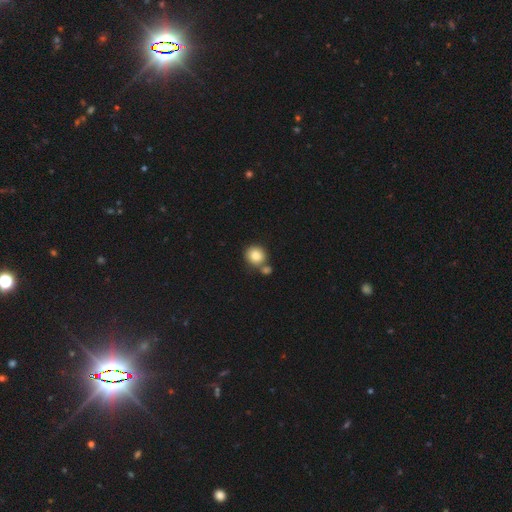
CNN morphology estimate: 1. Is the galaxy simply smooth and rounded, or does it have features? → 85% smooth, 9% star or artifact, 7% featured or disk.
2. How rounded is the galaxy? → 84% round, 15% in between, 1% cigar-shaped.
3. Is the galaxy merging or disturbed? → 58% none, 28% merger, 10% minor disturbance, 3% major disturbance.